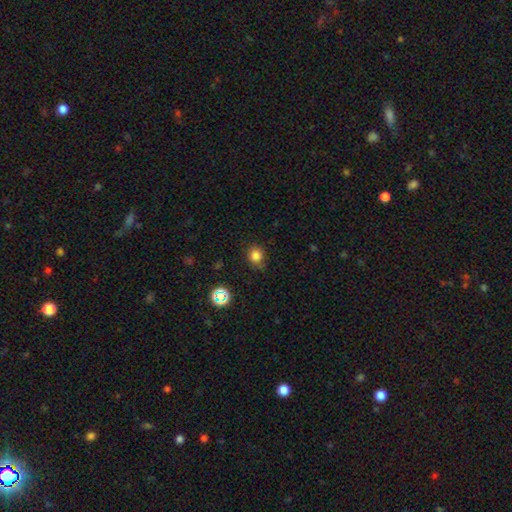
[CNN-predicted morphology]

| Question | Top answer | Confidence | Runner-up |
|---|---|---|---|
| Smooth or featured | smooth | 79% | star or artifact (16%) |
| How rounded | round | 81% | in between (18%) |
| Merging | none | 78% | minor disturbance (16%) |